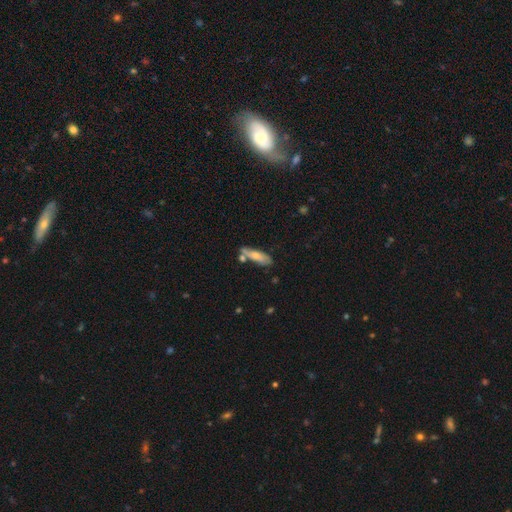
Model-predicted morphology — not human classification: Overall: smooth (63%; featured or disk 31%). How rounded: cigar-shaped (54%; in between 44%). Merging: none (58%; minor disturbance 20%).